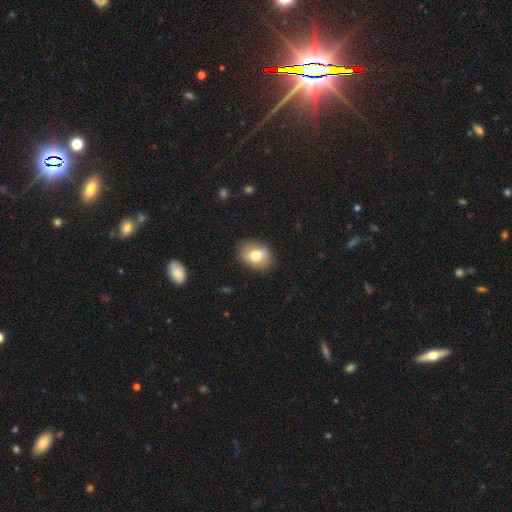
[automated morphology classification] A smooth galaxy with no disk features (66%) that is in between round and cigar-shaped (61%).

Vote fractions:
- Smooth or featured? smooth: 66% / featured or disk: 26% / star or artifact: 8%
- How rounded? in between: 61% / round: 37% / cigar-shaped: 2%
- Merging? none: 84% / minor disturbance: 11% / major disturbance: 3% / merger: 1%